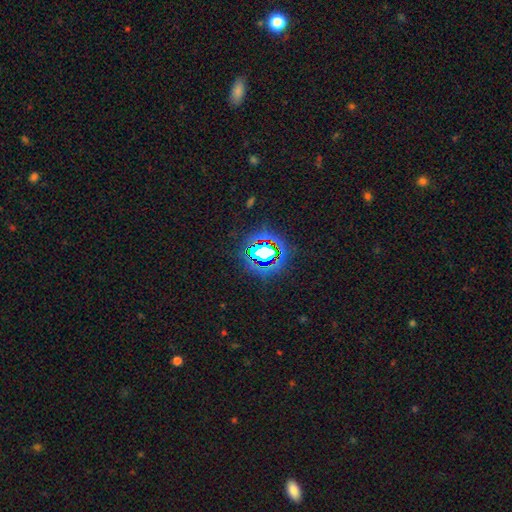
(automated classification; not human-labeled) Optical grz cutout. It shows a star or artifact, not a galaxy (79%).